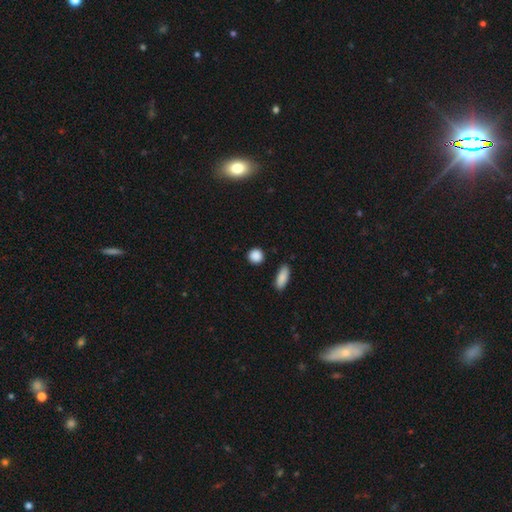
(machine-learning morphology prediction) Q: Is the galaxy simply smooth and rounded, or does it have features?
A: smooth — 88%.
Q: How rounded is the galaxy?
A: round — 87%.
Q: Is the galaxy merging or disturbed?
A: none — 88%.